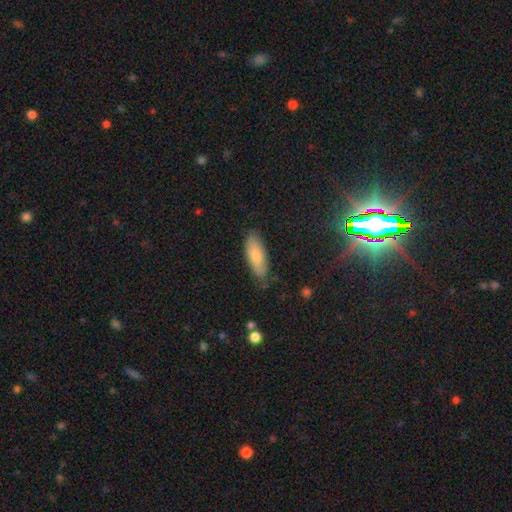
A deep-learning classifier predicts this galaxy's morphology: type=smooth (80%); roundness=in between (67%); merging=none (79%).